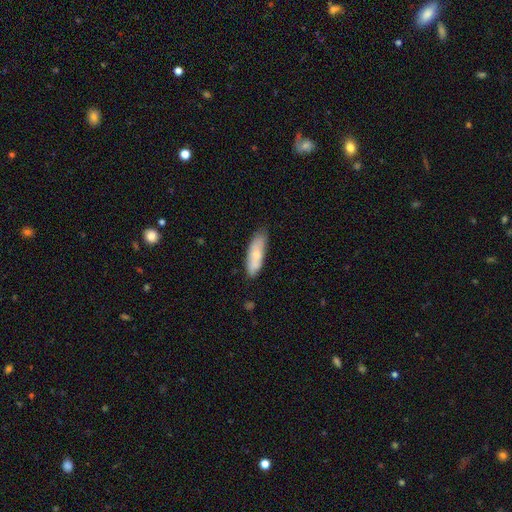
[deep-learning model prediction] Smooth or featured?
  - smooth: 67% *
  - featured or disk: 27%
  - star or artifact: 6%
How rounded?
  - in between: 54% *
  - cigar-shaped: 44%
  - round: 2%
Merging?
  - none: 69% *
  - minor disturbance: 22%
  - merger: 4%
  - major disturbance: 4%